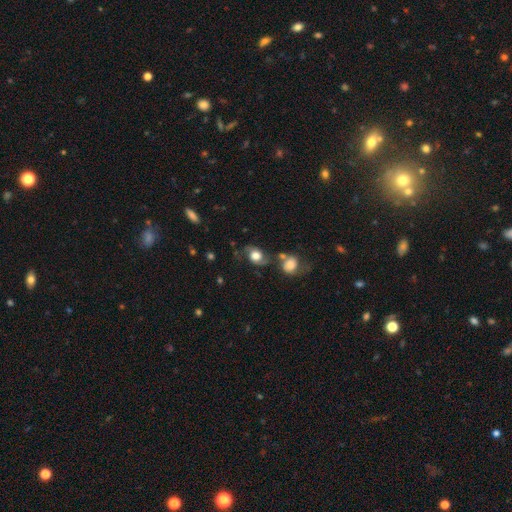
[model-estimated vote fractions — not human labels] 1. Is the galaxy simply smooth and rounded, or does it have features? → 47% featured or disk, 43% smooth, 9% star or artifact.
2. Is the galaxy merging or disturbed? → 55% none, 21% minor disturbance, 12% merger, 12% major disturbance.